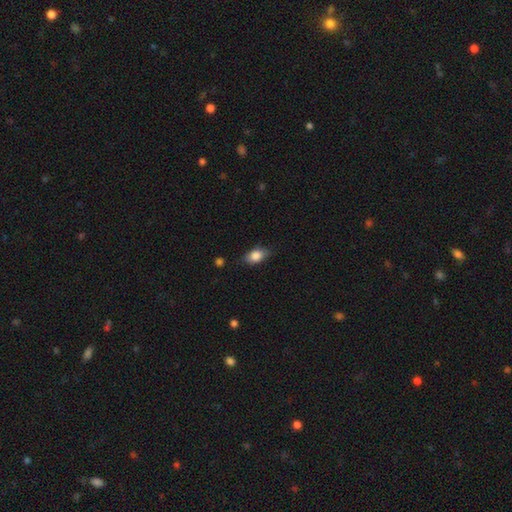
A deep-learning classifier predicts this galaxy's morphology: Smooth or featured: smooth — 82% (featured or disk — 10%)
How rounded: in between — 85% (round — 10%)
Merging: none — 79% (minor disturbance — 17%)